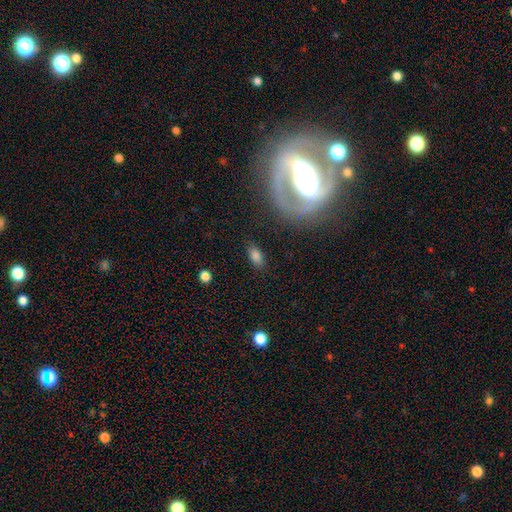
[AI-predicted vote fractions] Q: Smooth or featured?
A: smooth (83%); runner-up: star or artifact (9%)
Q: How rounded?
A: in between (91%); runner-up: cigar-shaped (5%)
Q: Merging?
A: none (83%); runner-up: minor disturbance (11%)